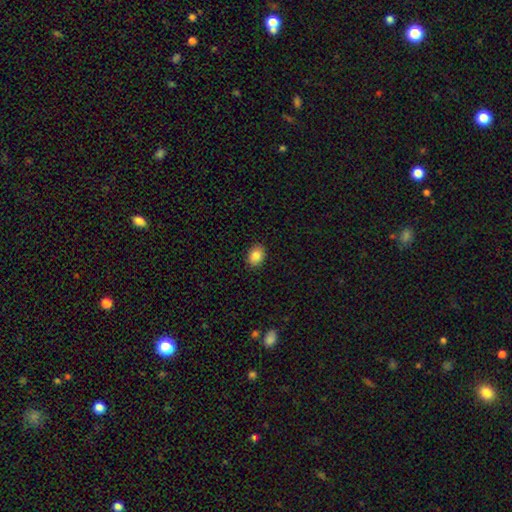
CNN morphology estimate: A smooth galaxy with no disk features (87%) that is in between round and cigar-shaped (65%). Merging: none (89%).